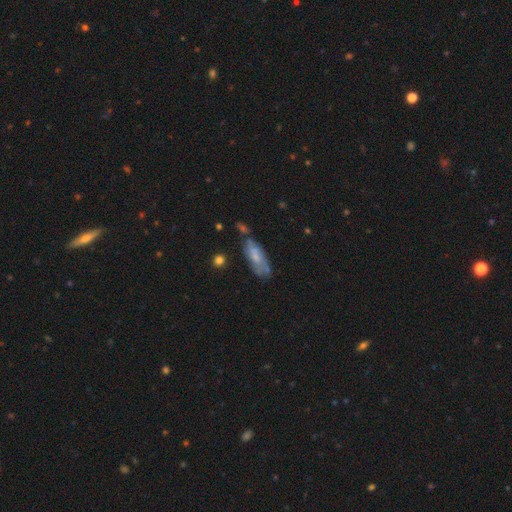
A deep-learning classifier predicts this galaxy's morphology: The model was most divided on "smooth or featured": smooth: 53%, featured or disk: 40%, star or artifact: 7%. More confident: how rounded — in between (69%); merging — none (55%).